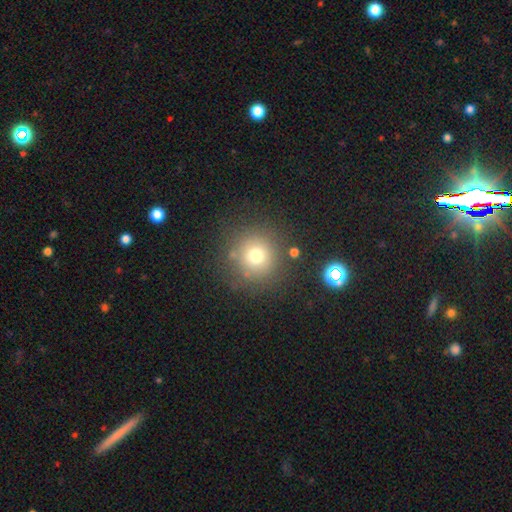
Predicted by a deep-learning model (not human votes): A smooth galaxy with no disk features (72%) that is round (94%).

Vote fractions:
- Smooth or featured? smooth: 72% / star or artifact: 17% / featured or disk: 12%
- How rounded? round: 94% / in between: 5% / cigar-shaped: 1%
- Merging? none: 81% / minor disturbance: 10% / major disturbance: 5% / merger: 4%